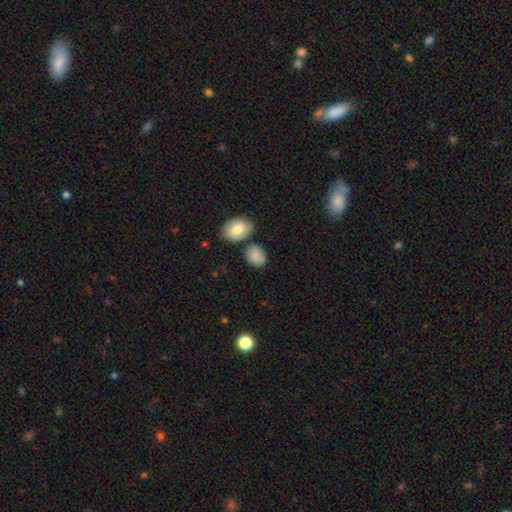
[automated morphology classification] The model was most divided on "how rounded": in between: 56%, round: 42%, cigar-shaped: 1%. More confident: smooth or featured — smooth (85%); merging — none (66%).